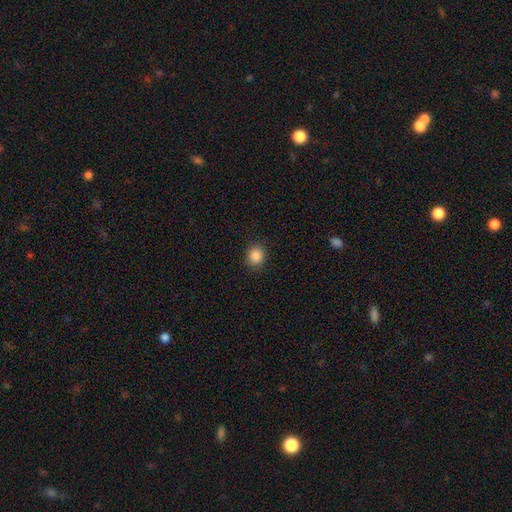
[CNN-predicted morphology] A smooth galaxy with no disk features (87%) that is round (79%).

Vote fractions:
- Smooth or featured? smooth: 87% / star or artifact: 10% / featured or disk: 3%
- How rounded? round: 79% / in between: 20% / cigar-shaped: 1%
- Merging? none: 89% / minor disturbance: 8% / major disturbance: 2% / merger: 1%